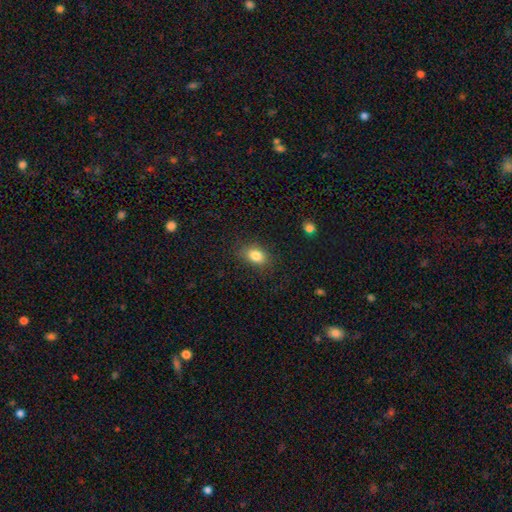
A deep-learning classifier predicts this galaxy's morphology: This appears to be a smooth galaxy with no disk features (84%) that is in between round and cigar-shaped (80%). Merging: none (84%).